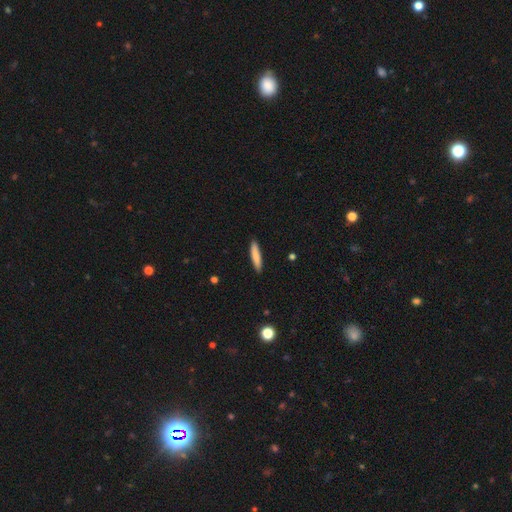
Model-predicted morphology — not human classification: The model was most divided on "smooth or featured": smooth: 82%, featured or disk: 13%, star or artifact: 6%. More confident: merging — none (90%); how rounded — cigar-shaped (89%).